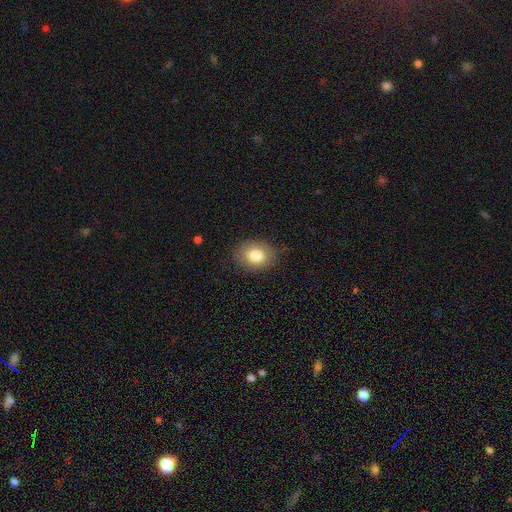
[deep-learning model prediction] Q: Smooth or featured?
A: smooth (81%); runner-up: featured or disk (11%)
Q: How rounded?
A: in between (63%); runner-up: round (36%)
Q: Merging?
A: none (84%); runner-up: minor disturbance (12%)